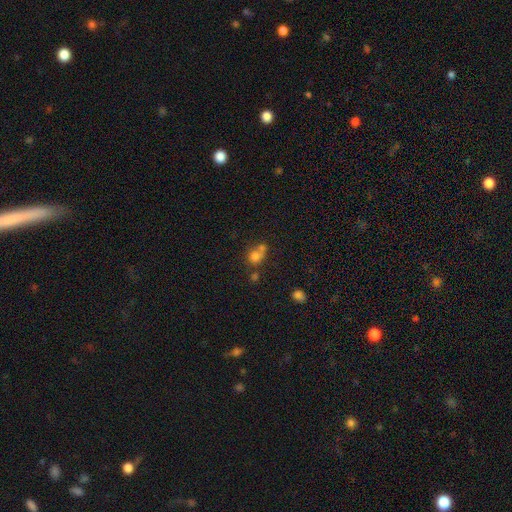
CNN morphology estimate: This is likely a smooth galaxy (72%). How rounded: likely round (75%). Merging: possibly merger (49%).